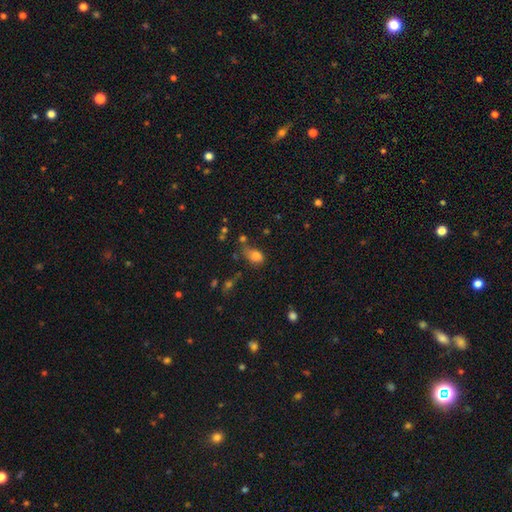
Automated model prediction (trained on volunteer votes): Smooth or featured? Predicted: smooth (p=0.79). How rounded? Predicted: in between (p=0.81). Merging? Predicted: none (p=0.41).